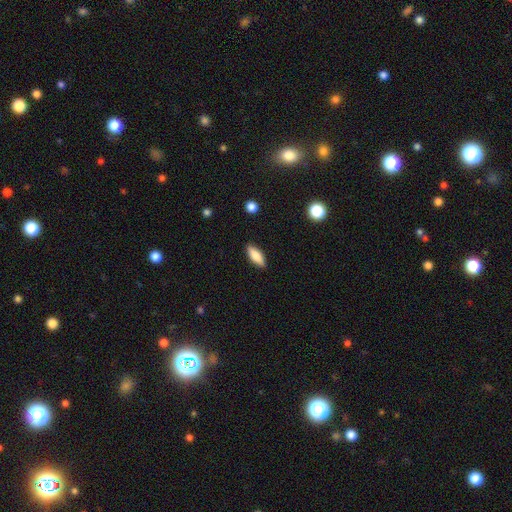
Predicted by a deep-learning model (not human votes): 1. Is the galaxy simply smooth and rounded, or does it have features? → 79% smooth, 14% featured or disk, 6% star or artifact.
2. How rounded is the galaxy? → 67% in between, 31% cigar-shaped, 2% round.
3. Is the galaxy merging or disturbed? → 87% none, 9% minor disturbance, 2% major disturbance, 1% merger.